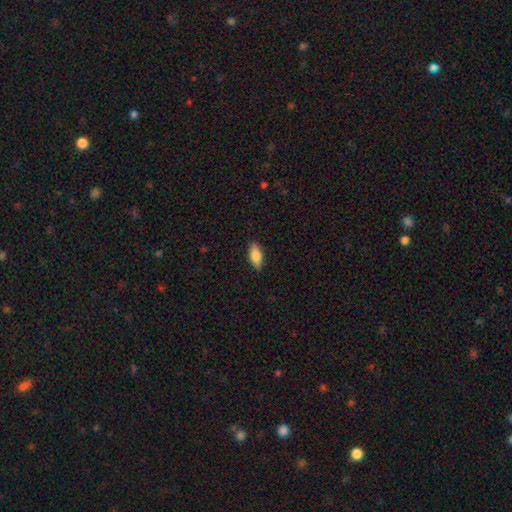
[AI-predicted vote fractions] Smooth or featured?
  - smooth: 78% *
  - featured or disk: 15%
  - star or artifact: 6%
How rounded?
  - in between: 76% *
  - cigar-shaped: 21%
  - round: 3%
Merging?
  - none: 88% *
  - minor disturbance: 9%
  - major disturbance: 2%
  - merger: 1%